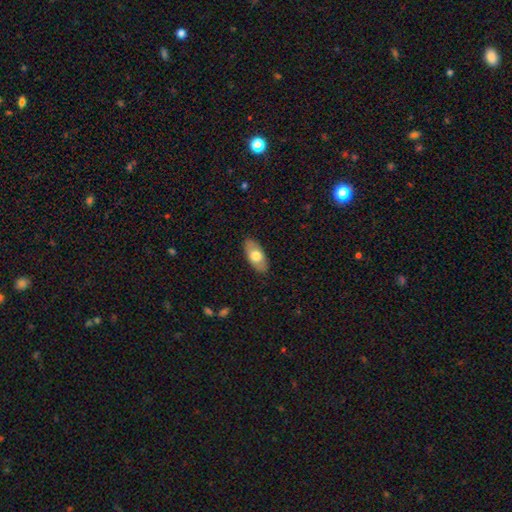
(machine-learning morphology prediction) This is likely a smooth galaxy (67%). How rounded: clearly in between (92%). Merging: clearly none (87%).